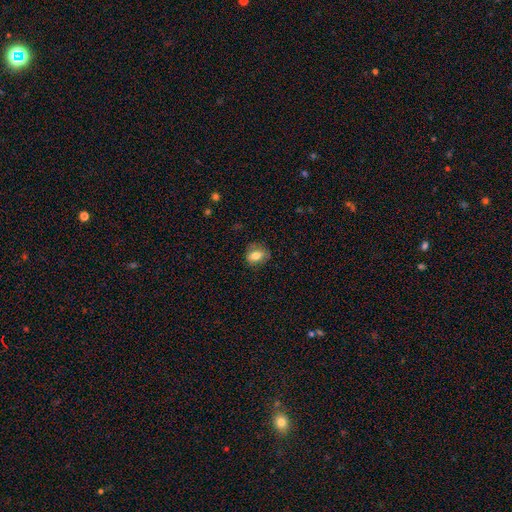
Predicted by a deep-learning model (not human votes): smooth_or_featured: smooth (p=0.75) [alt: featured or disk p=0.16]
how_rounded: in between (p=0.68) [alt: round p=0.30]
merging: none (p=0.75) [alt: minor disturbance p=0.18]